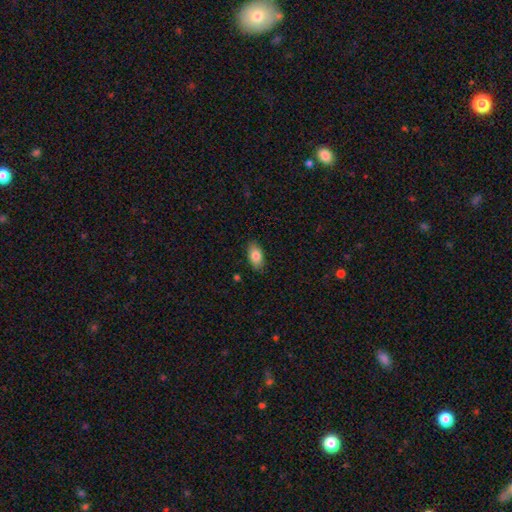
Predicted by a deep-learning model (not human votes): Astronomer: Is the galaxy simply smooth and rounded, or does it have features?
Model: smooth — 83%.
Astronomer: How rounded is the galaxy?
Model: in between — 92%.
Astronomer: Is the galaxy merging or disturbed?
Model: none — 86%.